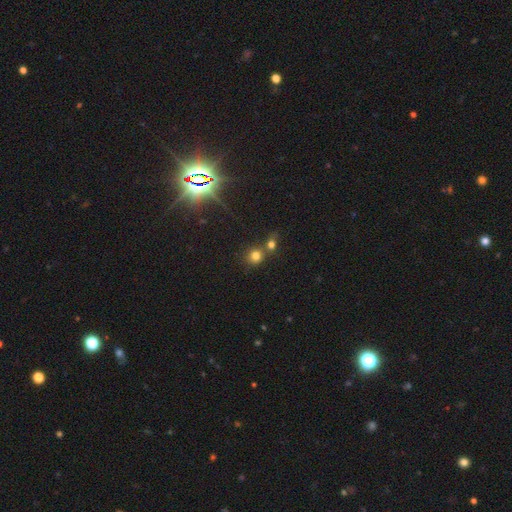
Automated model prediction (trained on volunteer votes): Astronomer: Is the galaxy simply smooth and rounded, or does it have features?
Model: smooth — 73%.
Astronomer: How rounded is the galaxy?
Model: round — 87%.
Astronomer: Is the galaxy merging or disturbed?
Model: none — 56% (runner-up: merger, 32%).